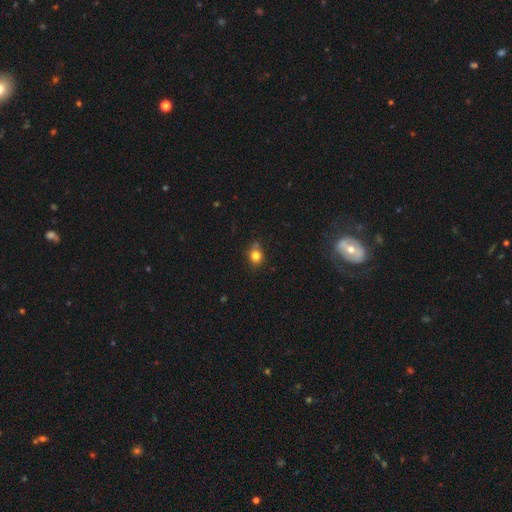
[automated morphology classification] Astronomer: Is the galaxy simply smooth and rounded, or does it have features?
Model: smooth — 80%.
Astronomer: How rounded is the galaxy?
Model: round — 79%.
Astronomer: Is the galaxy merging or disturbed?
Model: none — 72%.